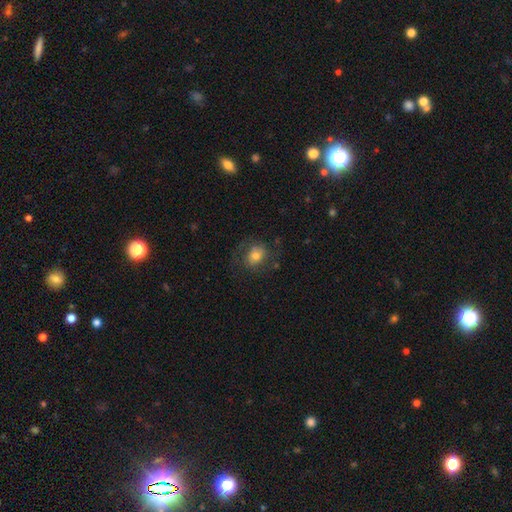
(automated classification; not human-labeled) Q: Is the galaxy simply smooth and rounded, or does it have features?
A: smooth — 57%.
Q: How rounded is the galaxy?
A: round — 54%.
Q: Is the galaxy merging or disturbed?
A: none — 61%.